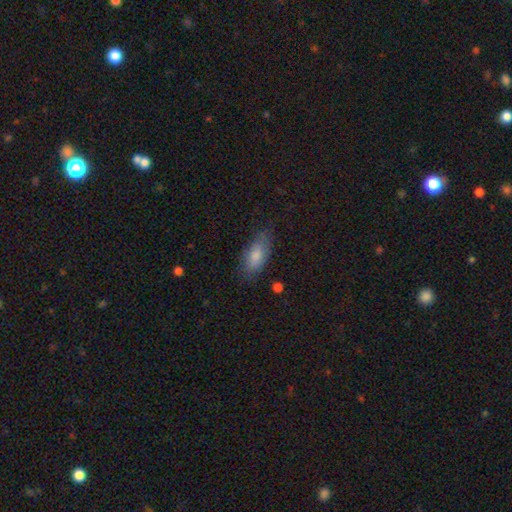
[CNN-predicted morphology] Overall: smooth (79%). How rounded: in between (82%). Merging: none (76%).